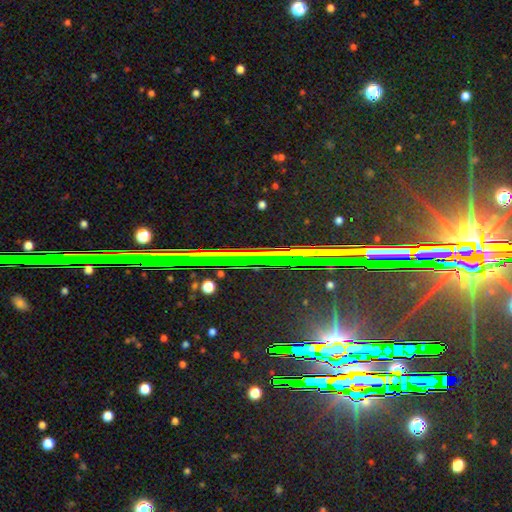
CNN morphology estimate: type=star or artifact (83%).